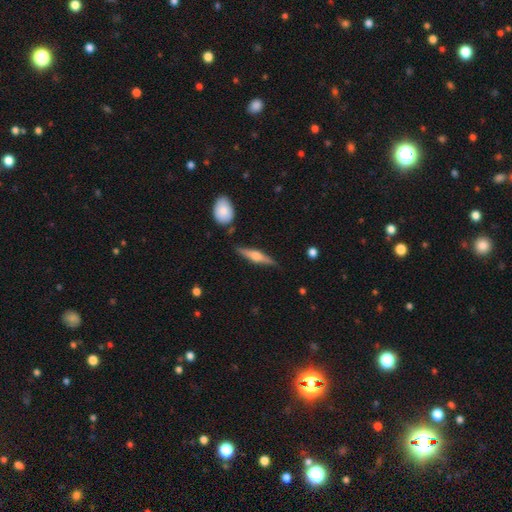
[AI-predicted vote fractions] A featured or disk galaxy (70%) viewed edge-on (97%) with a rounded central bulge (88%).

Vote fractions:
- Smooth or featured? featured or disk: 70% / smooth: 24% / star or artifact: 6%
- Edge-on disk? yes: 97% / no: 3%
- Edge-on bulge? rounded: 88% / boxy: 9% / none: 3%
- Merging? none: 83% / minor disturbance: 11% / merger: 3% / major disturbance: 2%